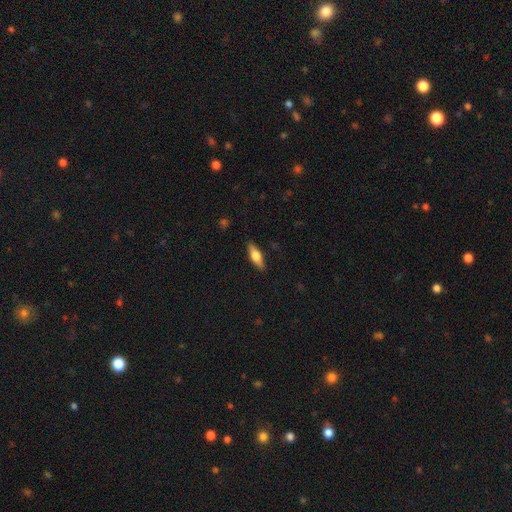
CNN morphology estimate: type=smooth (52%); roundness=in between (51%); merging=none (88%).